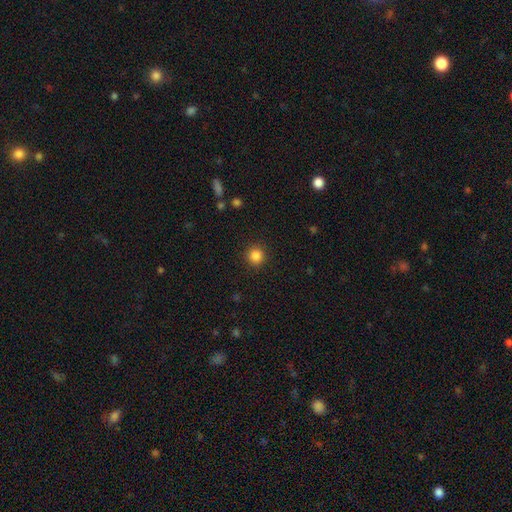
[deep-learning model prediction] Q: Smooth or featured?
A: smooth (85%); runner-up: star or artifact (11%)
Q: How rounded?
A: round (94%); runner-up: in between (5%)
Q: Merging?
A: none (91%); runner-up: minor disturbance (6%)